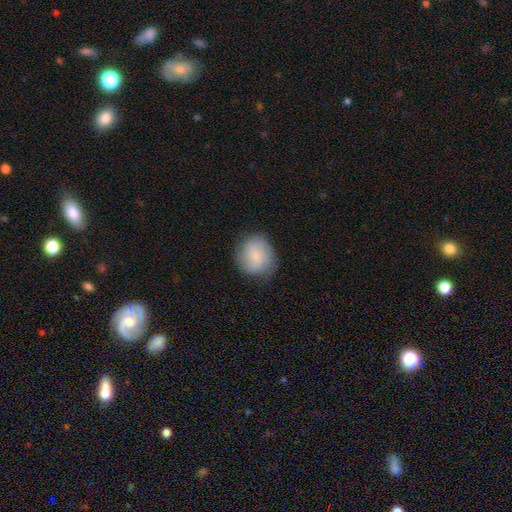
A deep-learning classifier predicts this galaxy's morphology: Overall: smooth (66%). How rounded: round (86%). Merging: none (76%).